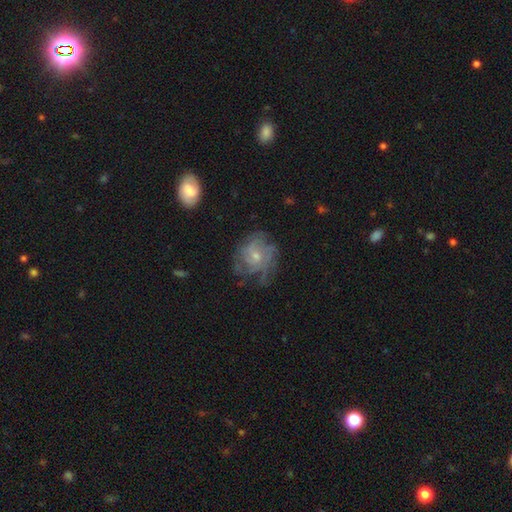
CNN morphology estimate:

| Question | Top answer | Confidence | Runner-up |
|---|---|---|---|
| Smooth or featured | featured or disk | 71% | smooth (19%) |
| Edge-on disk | no | 97% | yes (3%) |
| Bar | no | 73% | weak (23%) |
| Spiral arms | yes | 84% | no (16%) |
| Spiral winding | tight | 48% | medium (37%) |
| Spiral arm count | can't tell | 46% | 4 (18%) |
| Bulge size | small | 58% | moderate (37%) |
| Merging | none | 62% | minor disturbance (22%) |